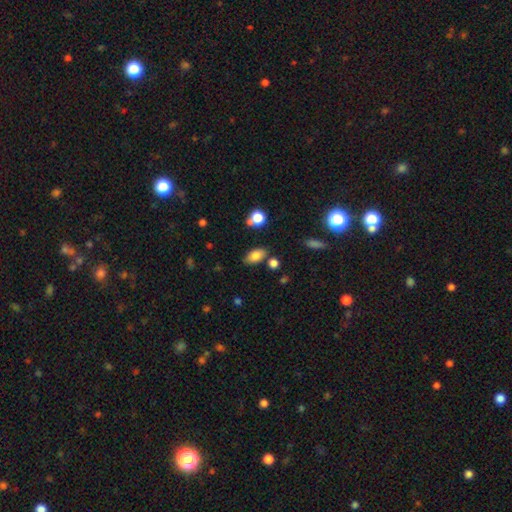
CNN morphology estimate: This appears to be a smooth galaxy with no disk features (81%) that is in between round and cigar-shaped (89%). Merging: none (78%).